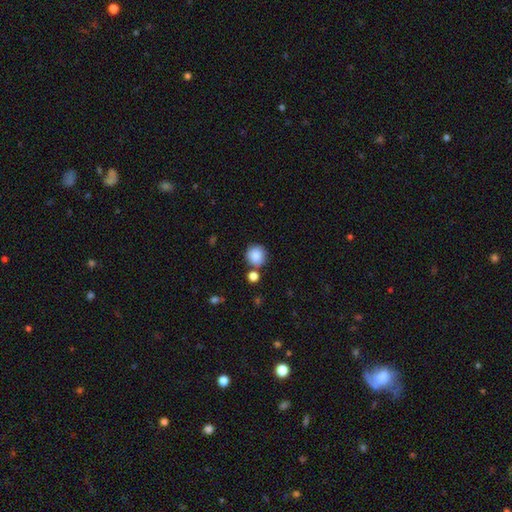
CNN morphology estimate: smooth-or-featured: smooth: 87% | star or artifact: 8% | featured or disk: 5%
  how-rounded: round: 91% | in between: 8% | cigar-shaped: 1%
  merging: none: 77% | merger: 11% | minor disturbance: 10% | major disturbance: 3%